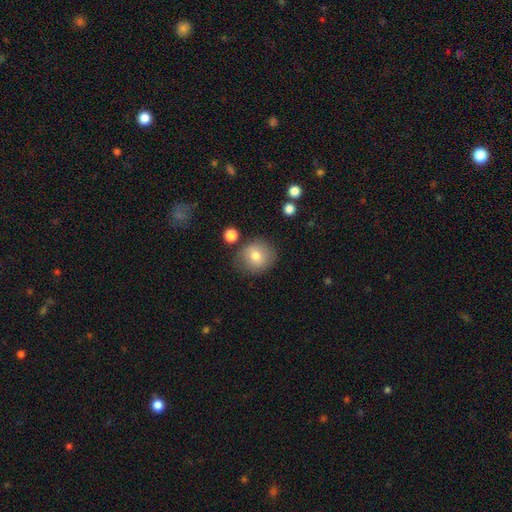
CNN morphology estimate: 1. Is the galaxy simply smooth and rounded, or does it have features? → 75% smooth, 15% featured or disk, 9% star or artifact.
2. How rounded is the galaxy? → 82% round, 17% in between, 1% cigar-shaped.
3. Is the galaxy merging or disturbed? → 74% none, 17% minor disturbance, 5% major disturbance, 4% merger.